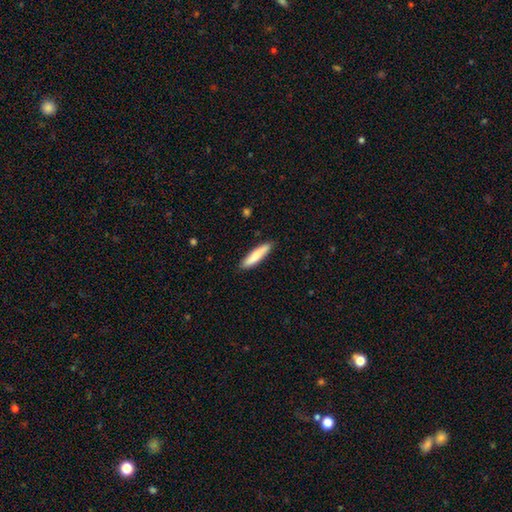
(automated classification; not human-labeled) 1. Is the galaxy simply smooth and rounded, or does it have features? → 81% smooth, 14% featured or disk, 5% star or artifact.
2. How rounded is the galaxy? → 83% cigar-shaped, 15% in between, 1% round.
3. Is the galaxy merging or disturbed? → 88% none, 9% minor disturbance, 2% major disturbance, 1% merger.